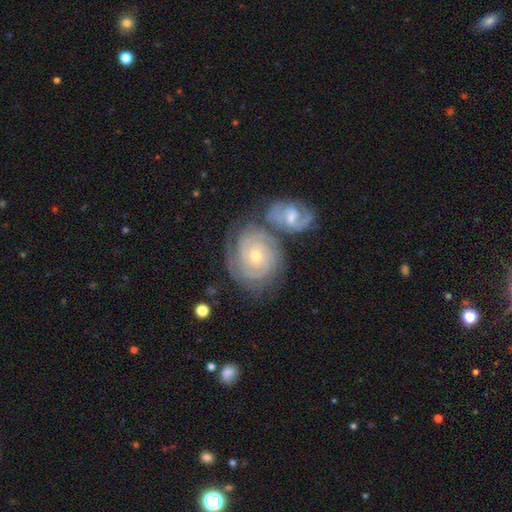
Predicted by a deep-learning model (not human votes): featured or disk 87%, smooth 8%, star or artifact 5%. Down the decision tree: edge-on disk — no (97%); bar — no (75%); spiral arms — yes (97%); spiral arm count — can't tell (27%); spiral winding — tight (81%); bulge size — small (56%); merging — none (50%).